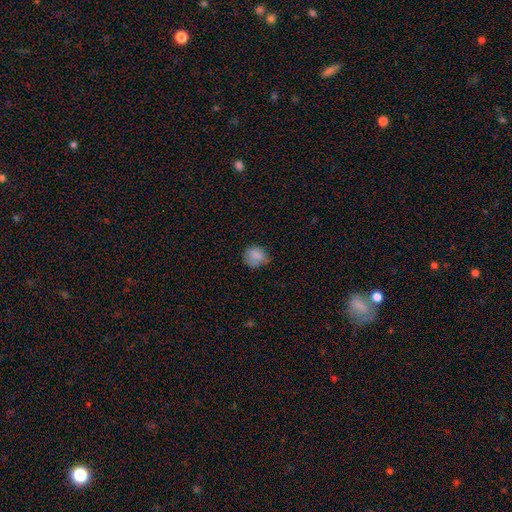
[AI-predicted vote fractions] This appears to be a smooth galaxy with no disk features (81%) that is round (70%). Merging: none (62%).